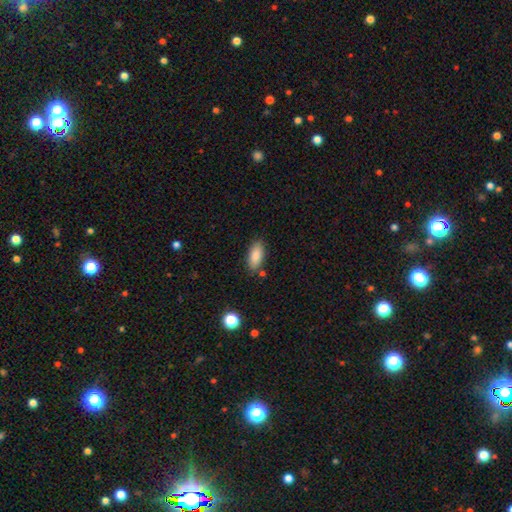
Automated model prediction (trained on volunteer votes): Smooth or featured? Predicted: smooth (p=0.86). How rounded? Predicted: in between (p=0.86). Merging? Predicted: none (p=0.82).